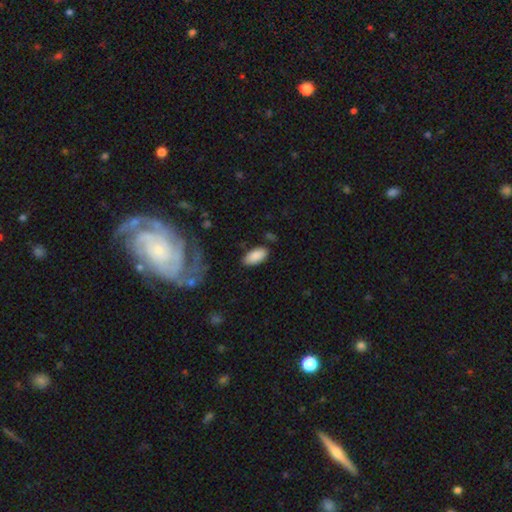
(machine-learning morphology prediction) This appears to be a smooth galaxy with no disk features (88%) that is in between round and cigar-shaped (93%). Merging: none (81%).